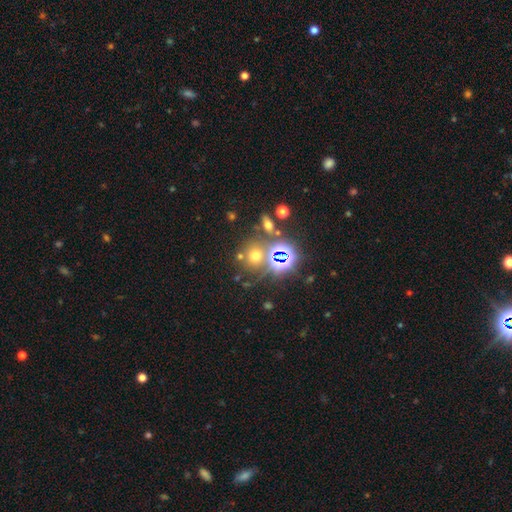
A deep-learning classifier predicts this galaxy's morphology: A smooth galaxy with no disk features (54%) that is round (83%). Merging: none (68%).